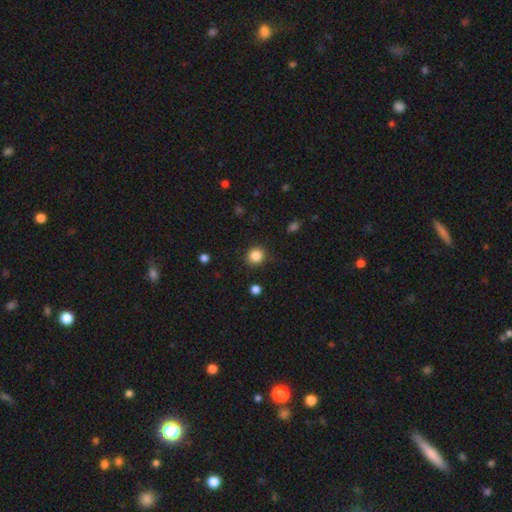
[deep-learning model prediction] Q: Smooth or featured?
A: smooth (85%); runner-up: star or artifact (11%)
Q: How rounded?
A: round (87%); runner-up: in between (12%)
Q: Merging?
A: none (86%); runner-up: minor disturbance (9%)